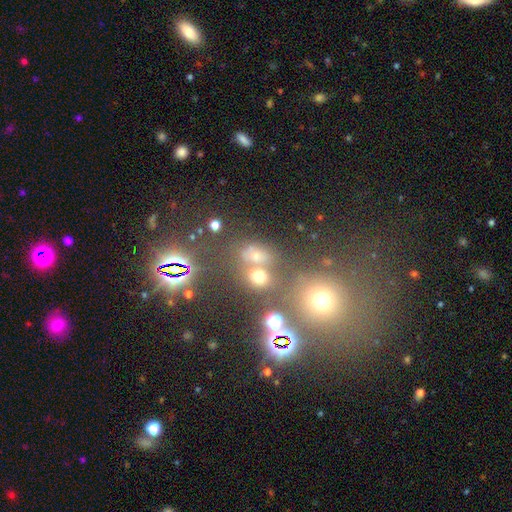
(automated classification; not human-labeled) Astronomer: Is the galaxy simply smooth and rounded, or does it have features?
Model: star or artifact — 53% (runner-up: smooth, 36%).